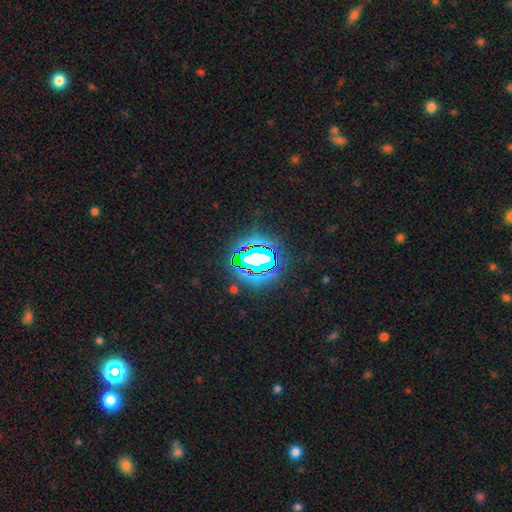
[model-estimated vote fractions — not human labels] Smooth or featured? Predicted: star or artifact (p=0.71).